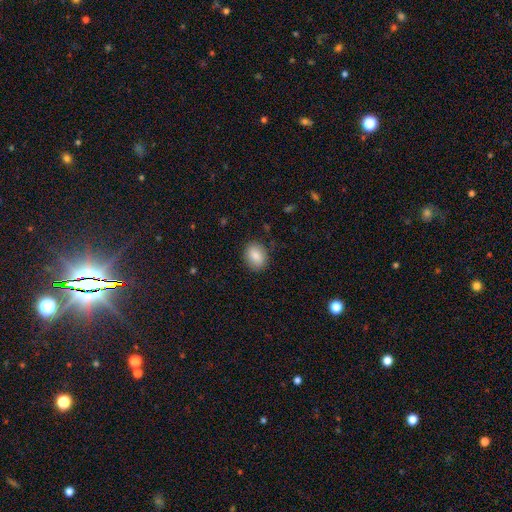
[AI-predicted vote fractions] Smooth or featured? Predicted: smooth (p=0.84). How rounded? Predicted: in between (p=0.63). Merging? Predicted: none (p=0.85).